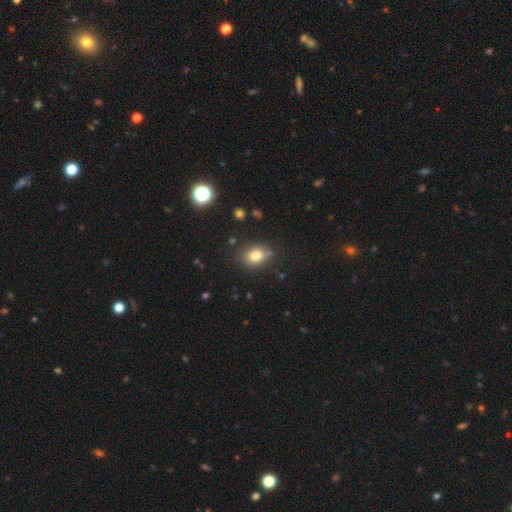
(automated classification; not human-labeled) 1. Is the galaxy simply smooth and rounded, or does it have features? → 79% smooth, 12% star or artifact, 9% featured or disk.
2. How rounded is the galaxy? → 57% in between, 42% round, 1% cigar-shaped.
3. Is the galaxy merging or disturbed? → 76% none, 16% minor disturbance, 4% major disturbance, 4% merger.